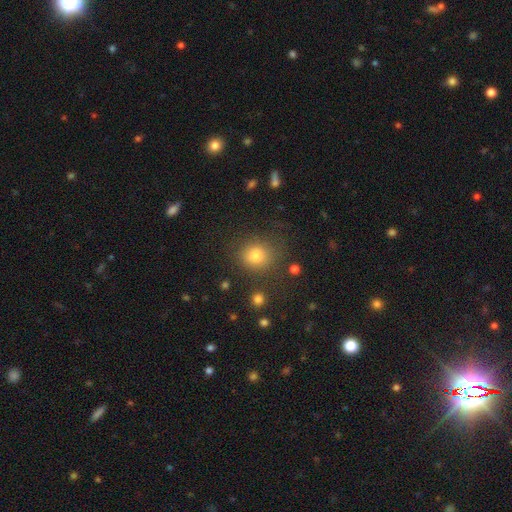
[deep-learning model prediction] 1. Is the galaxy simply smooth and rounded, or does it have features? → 79% smooth, 14% star or artifact, 7% featured or disk.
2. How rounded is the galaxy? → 84% round, 15% in between, 1% cigar-shaped.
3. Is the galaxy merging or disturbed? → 79% none, 12% minor disturbance, 6% major disturbance, 4% merger.